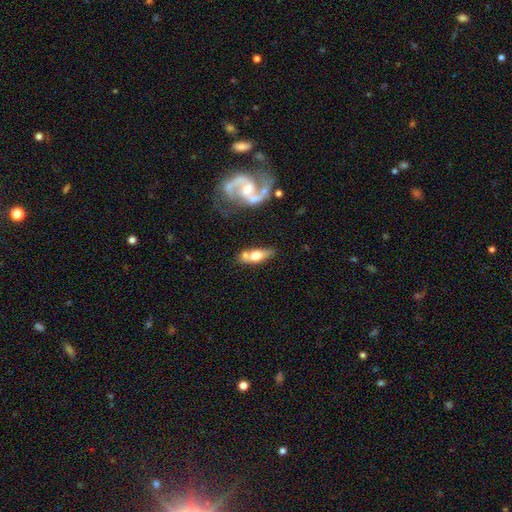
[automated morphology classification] type=smooth (48%); merging=none (51%).